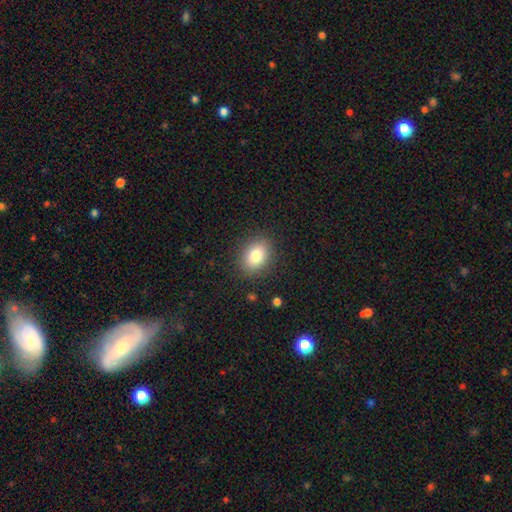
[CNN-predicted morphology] This is clearly a smooth galaxy (81%). How rounded: likely in between (70%). Merging: clearly none (87%).